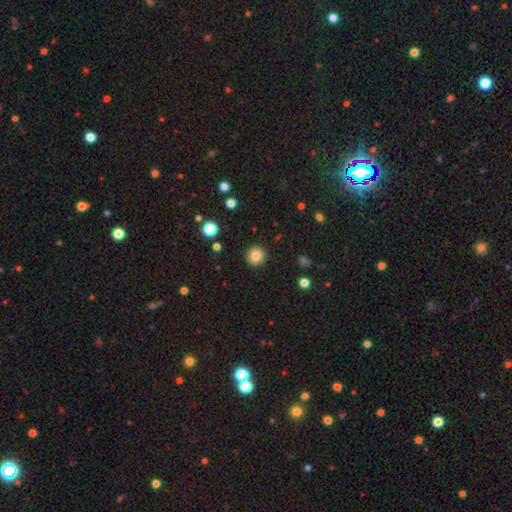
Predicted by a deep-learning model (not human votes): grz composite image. It shows a smooth galaxy with no disk features (83%) that is round (93%). Merging: none (92%).